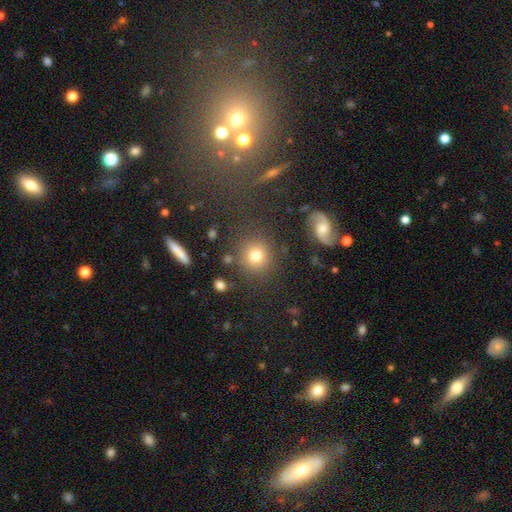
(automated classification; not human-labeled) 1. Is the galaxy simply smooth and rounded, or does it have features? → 76% smooth, 14% star or artifact, 10% featured or disk.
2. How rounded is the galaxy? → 88% round, 11% in between, 1% cigar-shaped.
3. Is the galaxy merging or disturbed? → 82% none, 9% minor disturbance, 4% merger, 4% major disturbance.